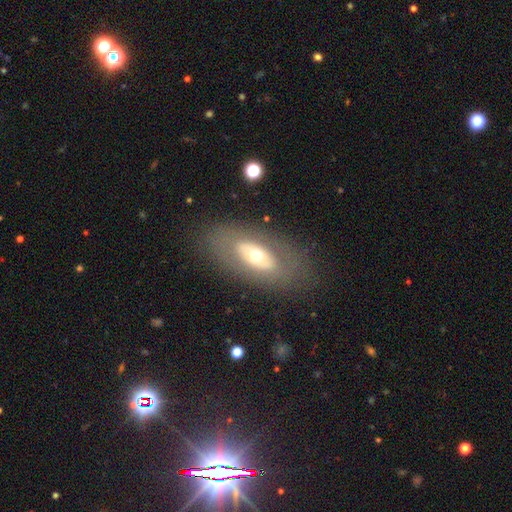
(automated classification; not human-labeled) This is possibly a featured or disk galaxy (51%). It is clearly not viewed edge-on (85%). Merging: likely none (79%).